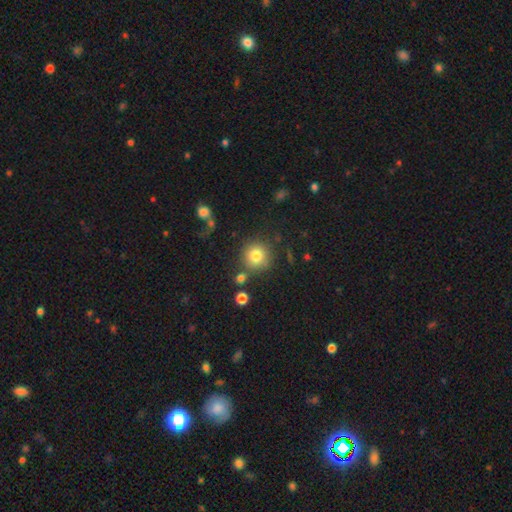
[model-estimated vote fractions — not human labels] smooth_or_featured: smooth (p=0.80) [alt: star or artifact p=0.11]
how_rounded: round (p=0.92) [alt: in between p=0.07]
merging: none (p=0.76) [alt: minor disturbance p=0.11]